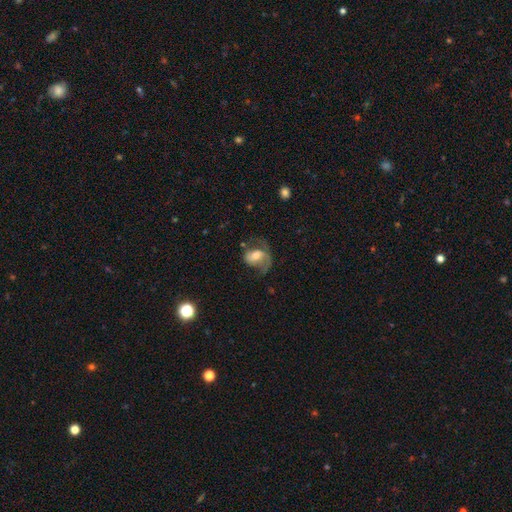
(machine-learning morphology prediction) This is possibly a featured or disk galaxy (48%). Merging: marginally major disturbance (43%).